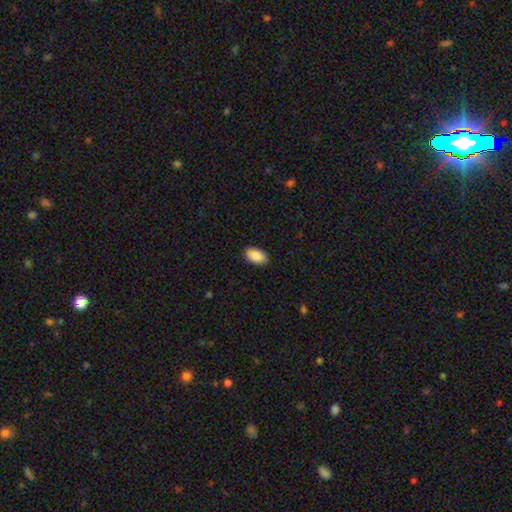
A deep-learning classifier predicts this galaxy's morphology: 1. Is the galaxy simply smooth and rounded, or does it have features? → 90% smooth, 7% star or artifact, 4% featured or disk.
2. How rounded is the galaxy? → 94% in between, 4% round, 1% cigar-shaped.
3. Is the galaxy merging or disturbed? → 88% none, 9% minor disturbance, 2% major disturbance, 1% merger.